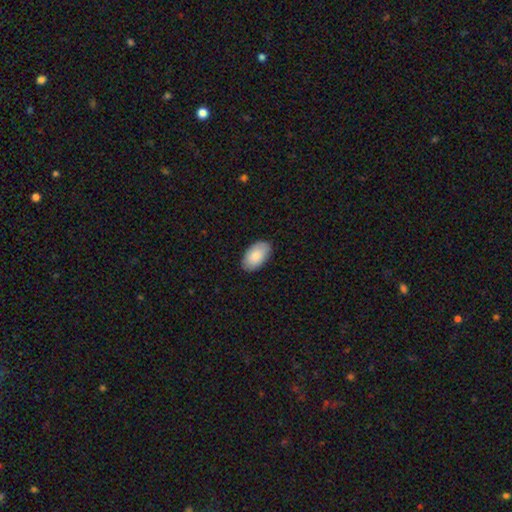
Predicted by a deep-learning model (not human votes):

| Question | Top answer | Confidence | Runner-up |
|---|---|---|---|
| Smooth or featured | smooth | 87% | featured or disk (8%) |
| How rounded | in between | 96% | round (3%) |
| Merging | none | 87% | minor disturbance (10%) |